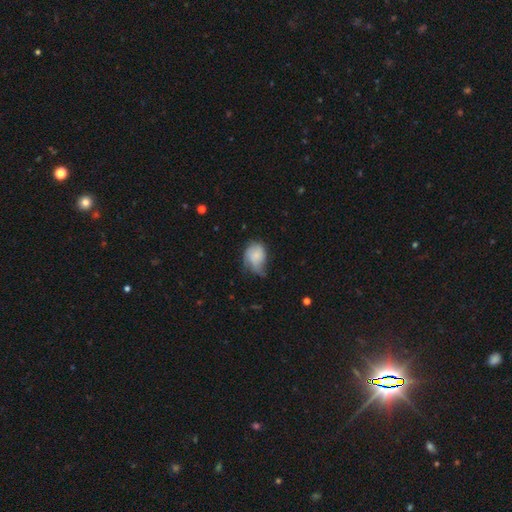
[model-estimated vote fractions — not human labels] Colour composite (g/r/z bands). It shows a smooth galaxy with no disk features (65%) that is in between round and cigar-shaped (66%). Merging: minor disturbance (42%).